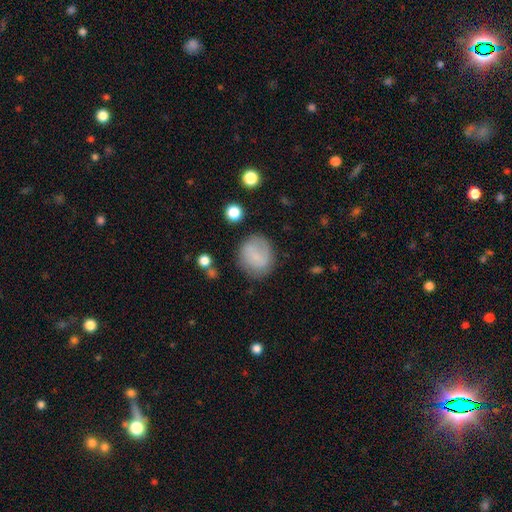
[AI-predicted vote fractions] smooth-or-featured: smooth: 75% | featured or disk: 17% | star or artifact: 8%
  how-rounded: round: 69% | in between: 30% | cigar-shaped: 1%
  merging: none: 75% | minor disturbance: 17% | major disturbance: 6% | merger: 2%